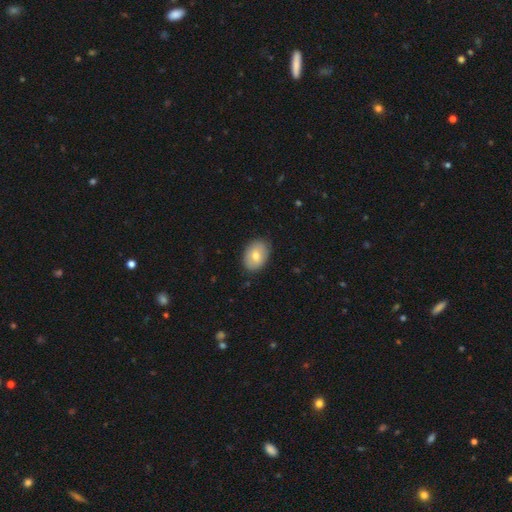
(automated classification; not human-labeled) Smooth or featured?
  - smooth: 75% *
  - featured or disk: 18%
  - star or artifact: 7%
How rounded?
  - in between: 79% *
  - round: 20%
  - cigar-shaped: 1%
Merging?
  - none: 86% *
  - minor disturbance: 11%
  - major disturbance: 2%
  - merger: 1%